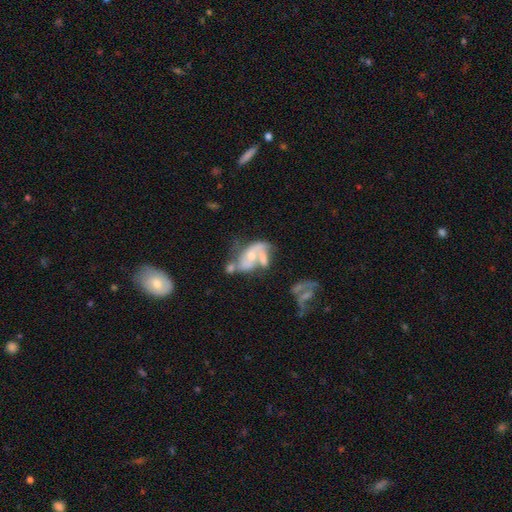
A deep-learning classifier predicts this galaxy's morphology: smooth_or_featured: featured or disk (p=0.73) [alt: smooth p=0.18]
disk_edge_on: no (p=0.96) [alt: yes p=0.04]
bar: no (p=0.65) [alt: weak p=0.26]
has_spiral_arms: yes (p=0.73) [alt: no p=0.27]
spiral_winding: loose (p=0.43) [alt: medium p=0.38]
spiral_arm_count: 2 (p=0.65) [alt: can't tell p=0.19]
bulge_size: moderate (p=0.52) [alt: small p=0.39]
merging: merger (p=0.39) [alt: none p=0.23]